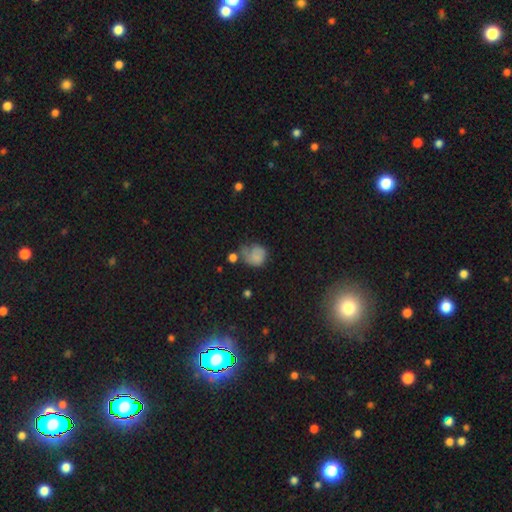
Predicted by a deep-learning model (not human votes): Smooth or featured: smooth — 64% (featured or disk — 24%)
How rounded: round — 68% (in between — 31%)
Merging: none — 33% (minor disturbance — 31%)